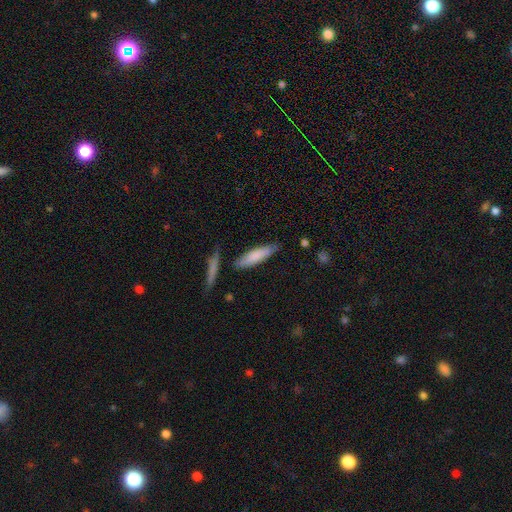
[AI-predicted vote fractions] smooth 78%, featured or disk 16%, star or artifact 6%. Down the decision tree: how rounded — cigar-shaped (71%); merging — none (77%).